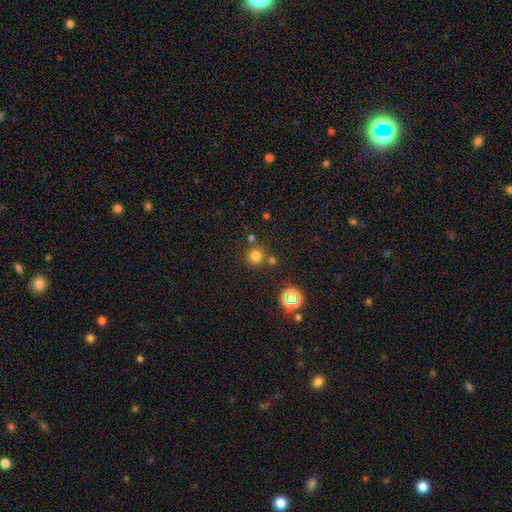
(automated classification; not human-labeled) A smooth galaxy with no disk features (72%) that is round (94%).

Vote fractions:
- Smooth or featured? smooth: 72% / star or artifact: 21% / featured or disk: 6%
- How rounded? round: 94% / in between: 5% / cigar-shaped: 1%
- Merging? none: 75% / merger: 14% / minor disturbance: 8% / major disturbance: 3%